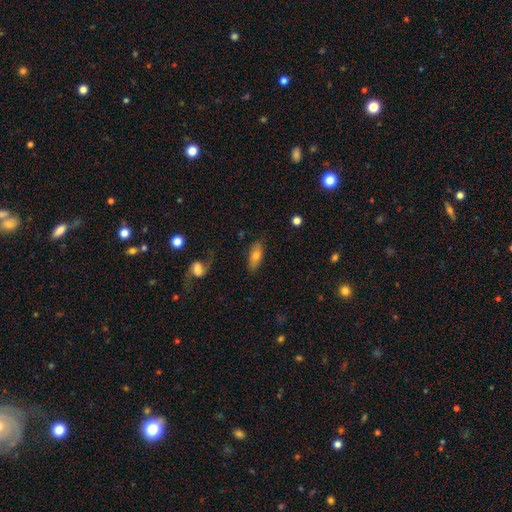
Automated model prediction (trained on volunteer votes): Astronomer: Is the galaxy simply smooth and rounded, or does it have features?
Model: smooth — 66%.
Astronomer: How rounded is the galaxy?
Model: in between — 71%.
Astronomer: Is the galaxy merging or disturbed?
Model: none — 79%.